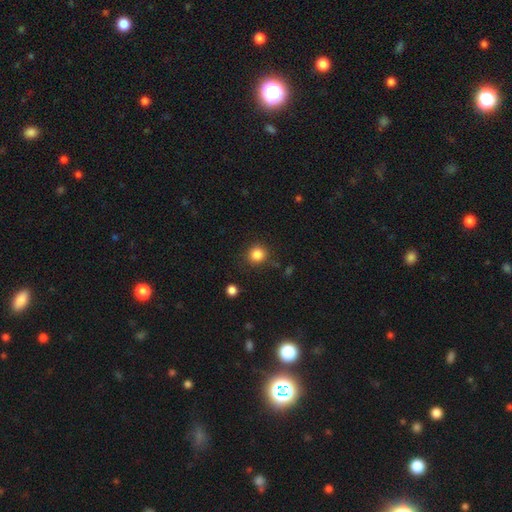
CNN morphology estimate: Smooth or featured?
  - smooth: 85% *
  - star or artifact: 11%
  - featured or disk: 4%
How rounded?
  - round: 91% *
  - in between: 8%
  - cigar-shaped: 1%
Merging?
  - none: 86% *
  - minor disturbance: 8%
  - major disturbance: 3%
  - merger: 2%